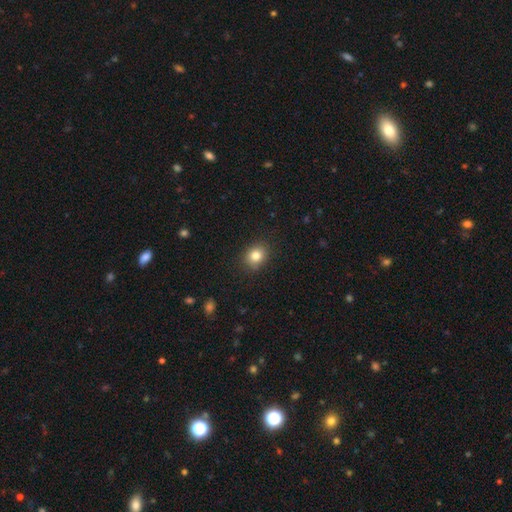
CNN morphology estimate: The model was most divided on "how rounded": round: 62%, in between: 37%, cigar-shaped: 1%. More confident: merging — none (88%); smooth or featured — smooth (82%).